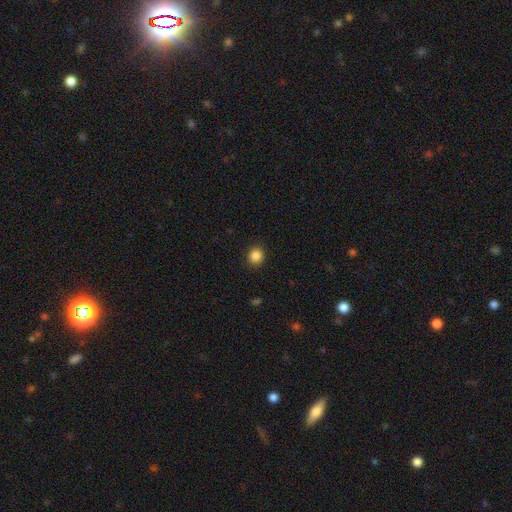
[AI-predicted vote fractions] Smooth or featured: smooth — 86% (star or artifact — 11%)
How rounded: round — 86% (in between — 13%)
Merging: none — 91% (minor disturbance — 6%)